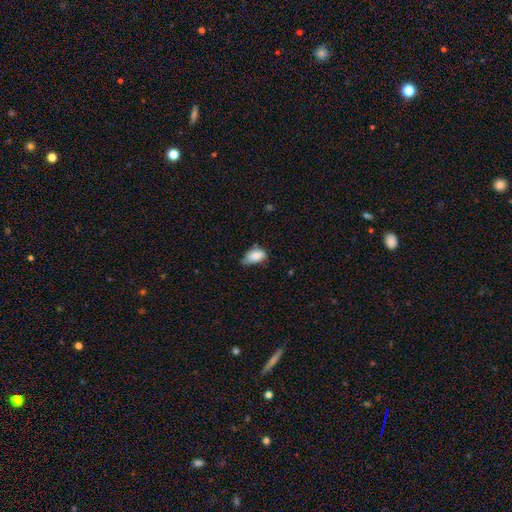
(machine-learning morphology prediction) Smooth or featured? Predicted: smooth (p=0.86). How rounded? Predicted: in between (p=0.91). Merging? Predicted: minor disturbance (p=0.46).